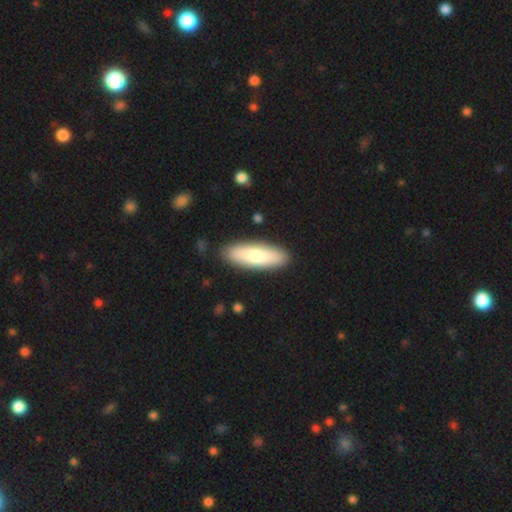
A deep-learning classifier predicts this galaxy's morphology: This appears to be a smooth galaxy with no disk features (74%) that is cigar-shaped (51%). Merging: none (89%).